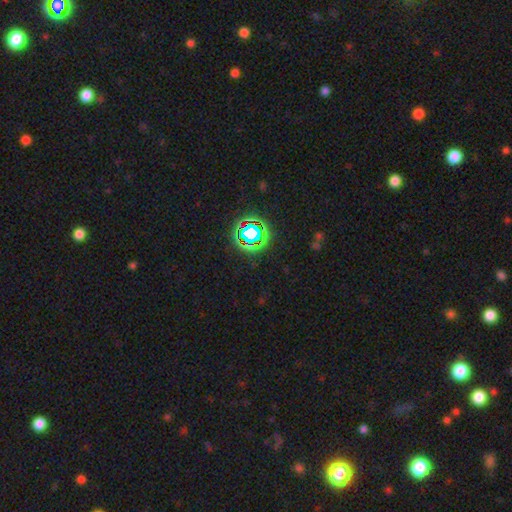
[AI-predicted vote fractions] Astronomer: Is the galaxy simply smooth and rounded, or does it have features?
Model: star or artifact — 75%.